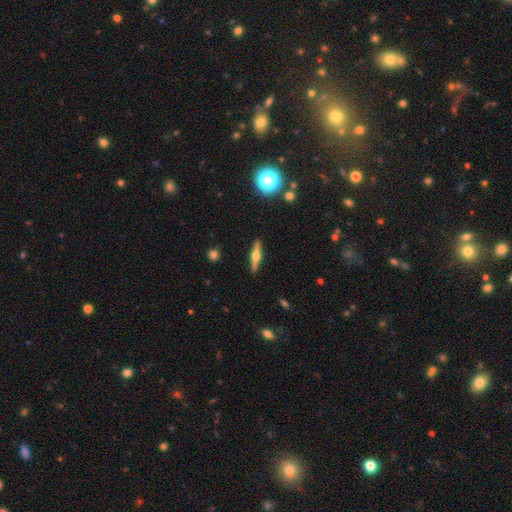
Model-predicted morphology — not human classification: A featured or disk galaxy (61%) viewed edge-on (96%) with a rounded central bulge (93%). Merging: none (90%).